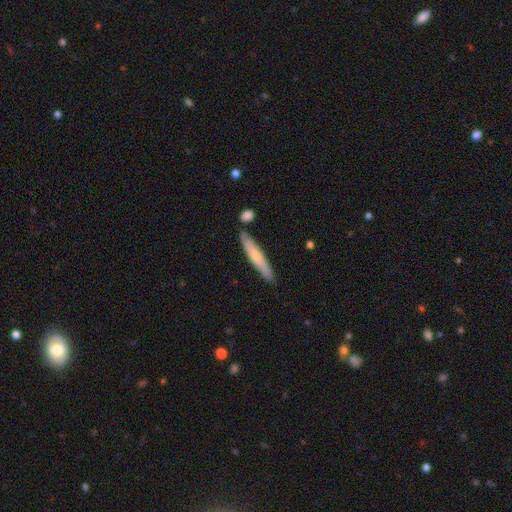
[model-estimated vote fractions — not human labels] A smooth galaxy with no disk features (57%) that is cigar-shaped (92%). Merging: none (82%).